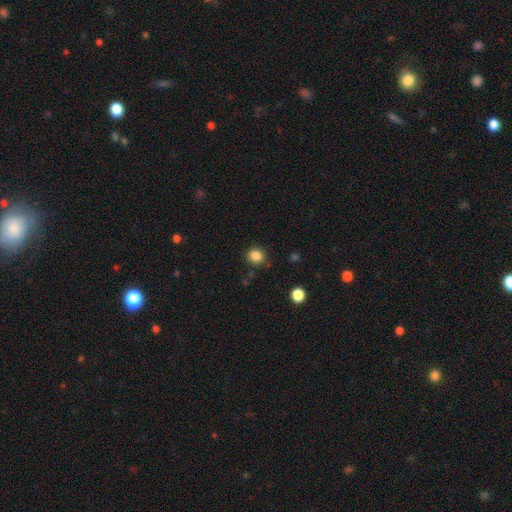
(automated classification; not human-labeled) Morphology: type=smooth (85%); roundness=round (82%); merging=none (84%).